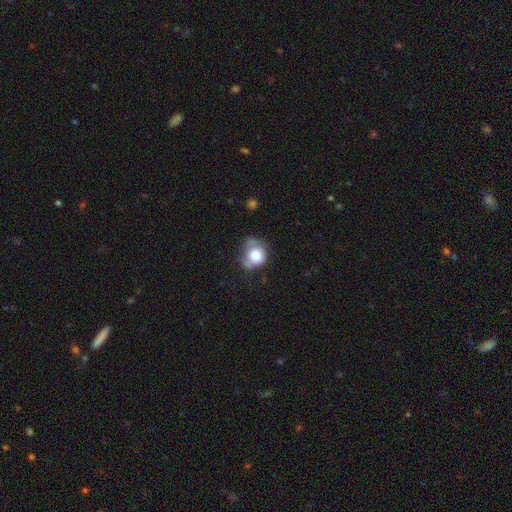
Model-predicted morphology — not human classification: Overall: smooth (72%). How rounded: round (68%; in between 31%). Merging: none (38%; minor disturbance 37%).